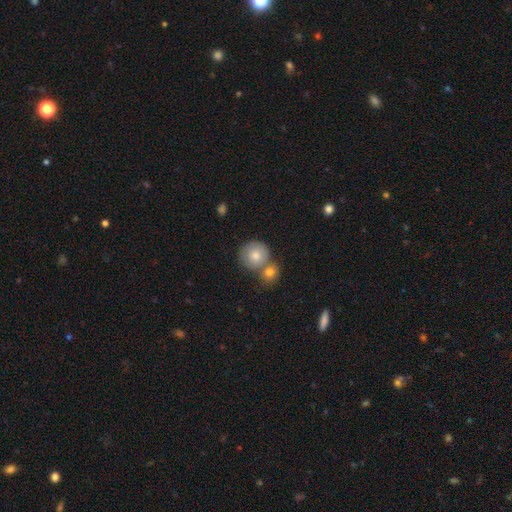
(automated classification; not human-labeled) Smooth or featured? smooth (72%)
How rounded? round (89%)
Merging? none (52%)